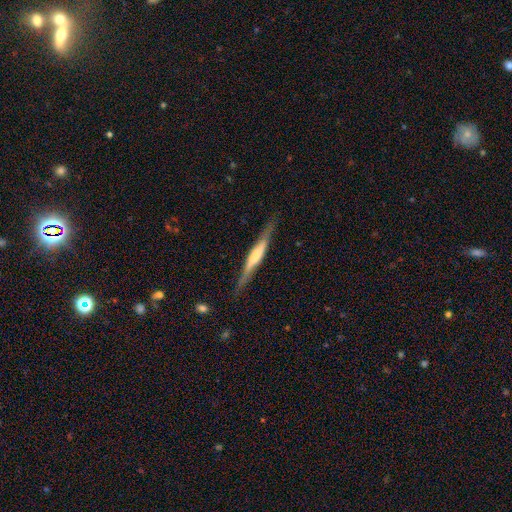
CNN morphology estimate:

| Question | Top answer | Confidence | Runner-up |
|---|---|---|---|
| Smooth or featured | featured or disk | 59% | smooth (35%) |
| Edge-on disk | yes | 94% | no (6%) |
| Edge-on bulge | rounded | 50% | boxy (27%) |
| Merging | none | 82% | minor disturbance (14%) |